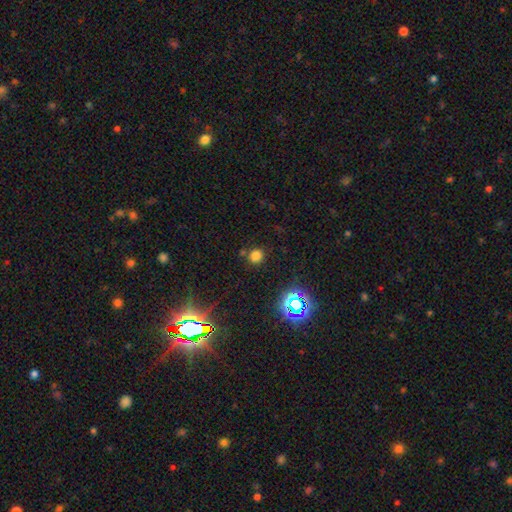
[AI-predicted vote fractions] The model was most divided on "smooth or featured": smooth: 71%, star or artifact: 23%, featured or disk: 6%. More confident: how rounded — round (87%); merging — none (81%).